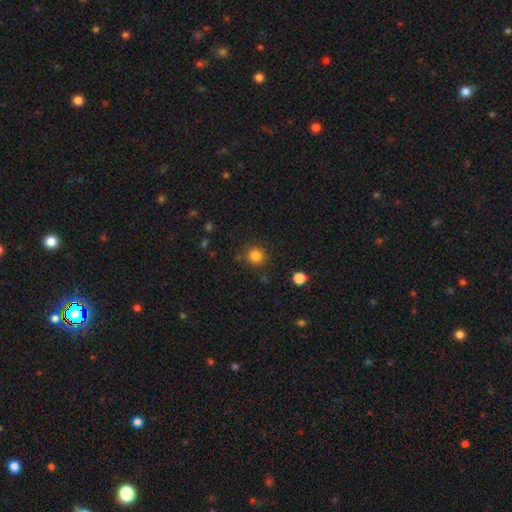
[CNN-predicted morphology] Q: Smooth or featured?
A: smooth (83%); runner-up: star or artifact (12%)
Q: How rounded?
A: round (90%); runner-up: in between (9%)
Q: Merging?
A: none (86%); runner-up: minor disturbance (8%)